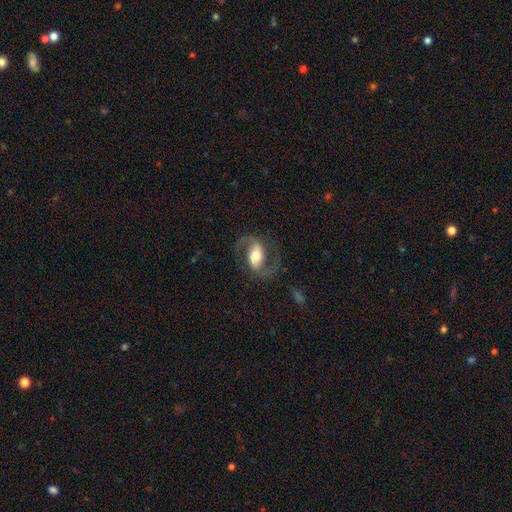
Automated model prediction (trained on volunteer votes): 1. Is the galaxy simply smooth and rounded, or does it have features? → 83% featured or disk, 11% smooth, 5% star or artifact.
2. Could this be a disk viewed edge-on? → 97% no, 3% yes.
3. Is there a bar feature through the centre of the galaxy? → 39% weak, 35% strong, 26% no.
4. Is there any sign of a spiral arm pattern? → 94% yes, 6% no.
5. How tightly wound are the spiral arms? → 53% medium, 36% loose, 11% tight.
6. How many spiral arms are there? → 93% 2, 2% can't tell, 2% 1, 1% 3, 1% 4, 1% more than 4.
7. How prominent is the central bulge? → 58% moderate, 24% large, 13% small, 3% dominant, 2% none.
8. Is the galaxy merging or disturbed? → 76% none, 12% minor disturbance, 10% major disturbance, 1% merger.